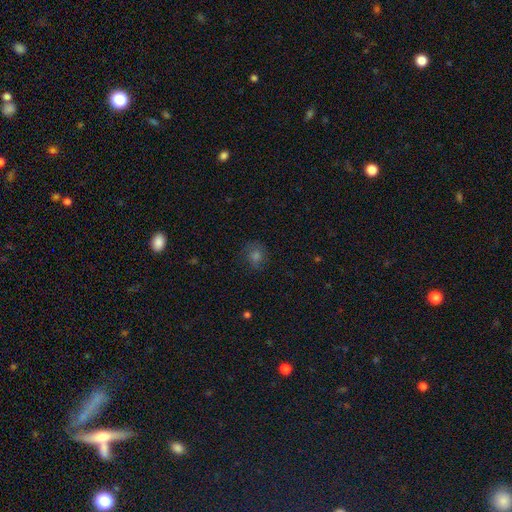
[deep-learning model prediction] Smooth or featured?
  - smooth: 59% *
  - star or artifact: 25%
  - featured or disk: 16%
How rounded?
  - round: 80% *
  - in between: 19%
  - cigar-shaped: 1%
Merging?
  - none: 78% *
  - minor disturbance: 15%
  - major disturbance: 6%
  - merger: 1%